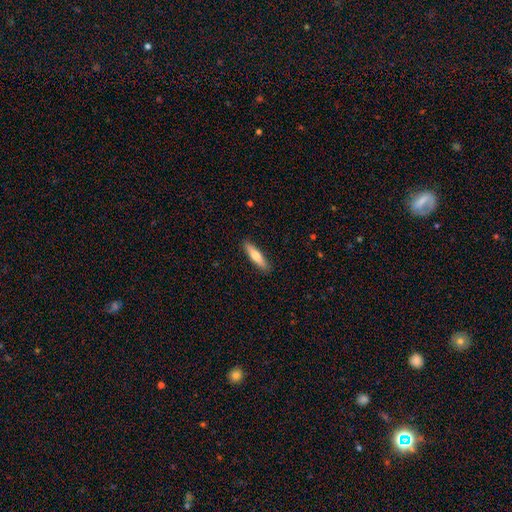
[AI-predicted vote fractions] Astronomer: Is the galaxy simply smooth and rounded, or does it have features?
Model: smooth — 68%.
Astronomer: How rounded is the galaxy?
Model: cigar-shaped — 75%.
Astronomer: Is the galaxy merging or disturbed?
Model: none — 90%.